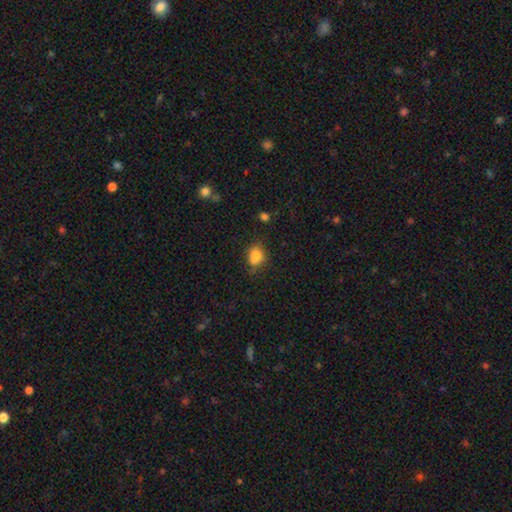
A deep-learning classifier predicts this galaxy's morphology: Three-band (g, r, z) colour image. It shows a smooth galaxy with no disk features (80%) that is round (52%). Merging: none (58%).